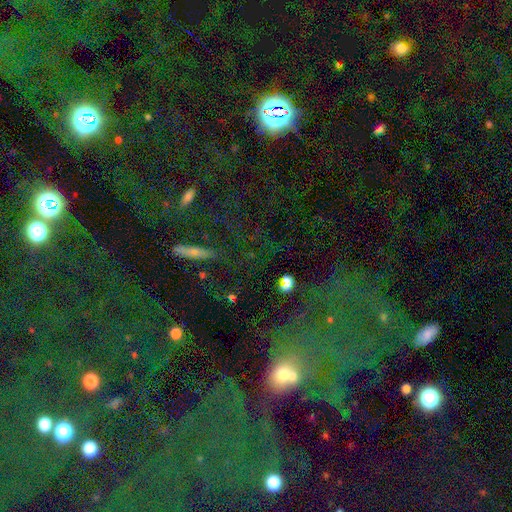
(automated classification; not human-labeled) The model was most divided on "smooth or featured": star or artifact: 56%, smooth: 24%, featured or disk: 21%.